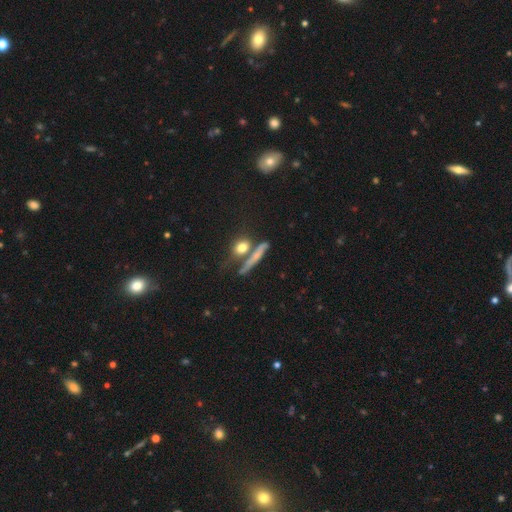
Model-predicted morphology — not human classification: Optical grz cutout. It shows a smooth galaxy with no disk features (55%) that is cigar-shaped (63%). Merging: none (58%).